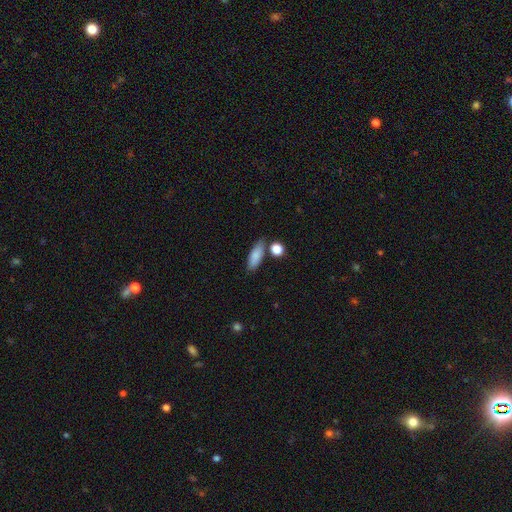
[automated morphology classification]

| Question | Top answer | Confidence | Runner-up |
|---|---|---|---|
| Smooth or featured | smooth | 84% | featured or disk (9%) |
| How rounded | in between | 70% | cigar-shaped (25%) |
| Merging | none | 73% | minor disturbance (14%) |